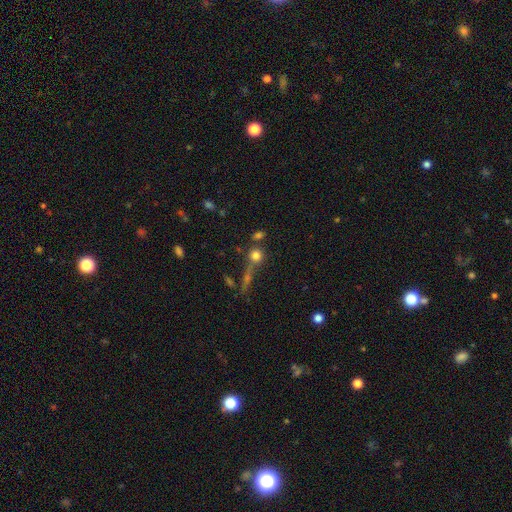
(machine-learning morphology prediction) Smooth or featured?
  - smooth: 73% *
  - star or artifact: 15%
  - featured or disk: 11%
How rounded?
  - round: 86% *
  - in between: 10%
  - cigar-shaped: 3%
Merging?
  - none: 62% *
  - merger: 22%
  - minor disturbance: 10%
  - major disturbance: 5%